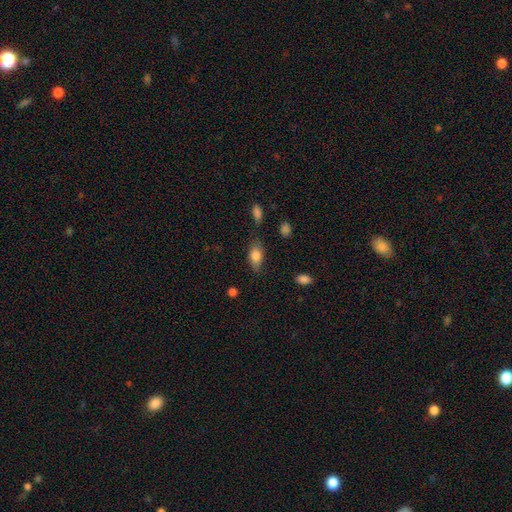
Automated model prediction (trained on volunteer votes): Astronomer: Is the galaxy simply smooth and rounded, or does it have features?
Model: smooth — 80%.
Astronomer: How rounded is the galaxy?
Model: in between — 86%.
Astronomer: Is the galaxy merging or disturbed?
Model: none — 69%.